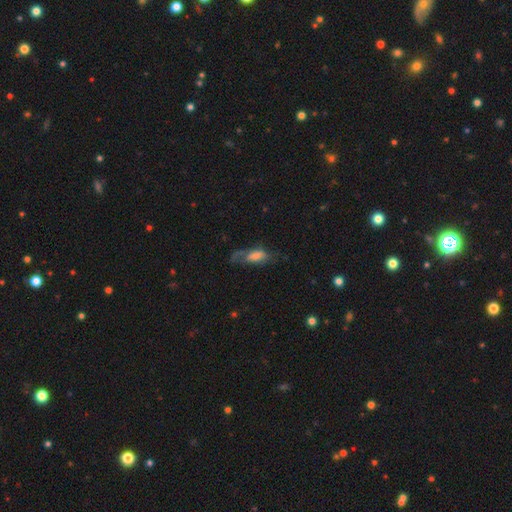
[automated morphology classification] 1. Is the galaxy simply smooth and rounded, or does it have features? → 52% smooth, 38% featured or disk, 10% star or artifact.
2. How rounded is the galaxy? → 77% in between, 19% cigar-shaped, 4% round.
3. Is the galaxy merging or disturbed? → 40% none, 33% major disturbance, 24% minor disturbance, 3% merger.